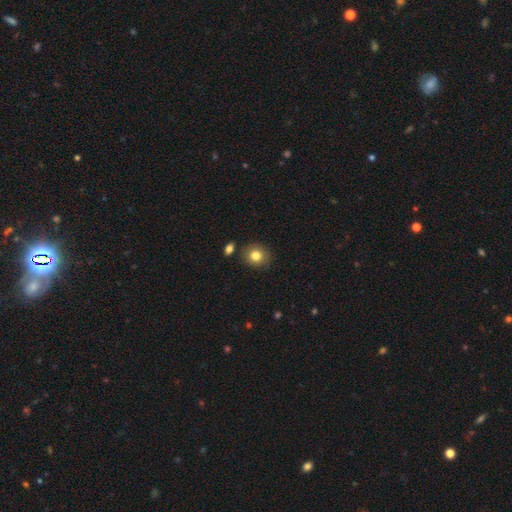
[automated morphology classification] Smooth or featured: smooth — 81% (star or artifact — 10%)
How rounded: round — 81% (in between — 18%)
Merging: none — 84% (minor disturbance — 10%)